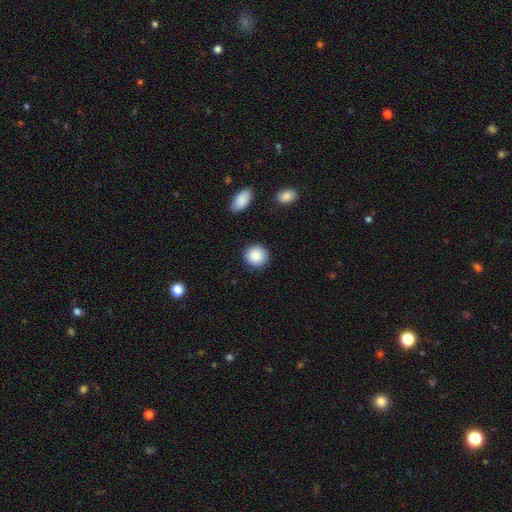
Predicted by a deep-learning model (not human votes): Smooth or featured: smooth — 88% (star or artifact — 7%)
How rounded: round — 90% (in between — 9%)
Merging: none — 89% (minor disturbance — 7%)